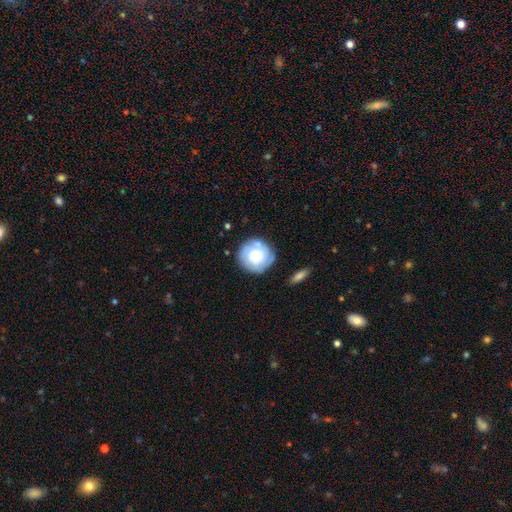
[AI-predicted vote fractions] The model was most divided on "smooth or featured": smooth: 47%, featured or disk: 46%, star or artifact: 7%. More confident: merging — none (77%).